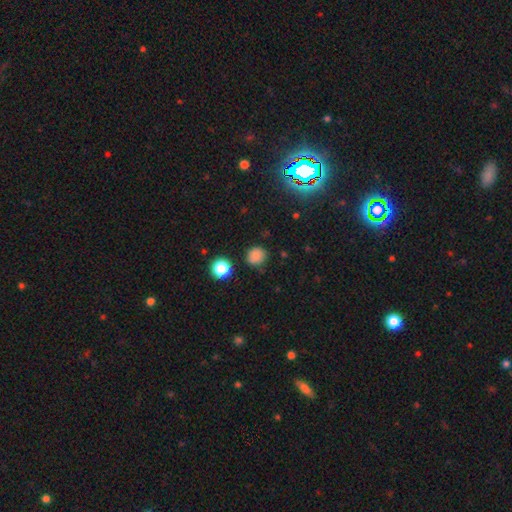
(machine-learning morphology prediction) Smooth or featured? smooth (80%)
How rounded? round (85%)
Merging? none (81%)